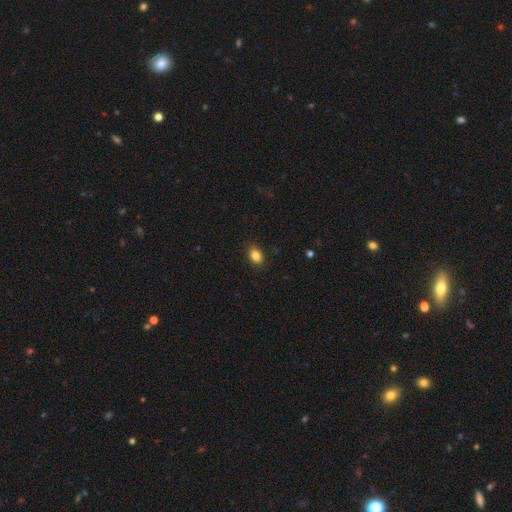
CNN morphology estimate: A smooth galaxy with no disk features (86%) that is in between round and cigar-shaped (80%).

Vote fractions:
- Smooth or featured? smooth: 86% / star or artifact: 9% / featured or disk: 5%
- How rounded? in between: 80% / round: 19% / cigar-shaped: 1%
- Merging? none: 87% / minor disturbance: 10% / major disturbance: 2% / merger: 1%